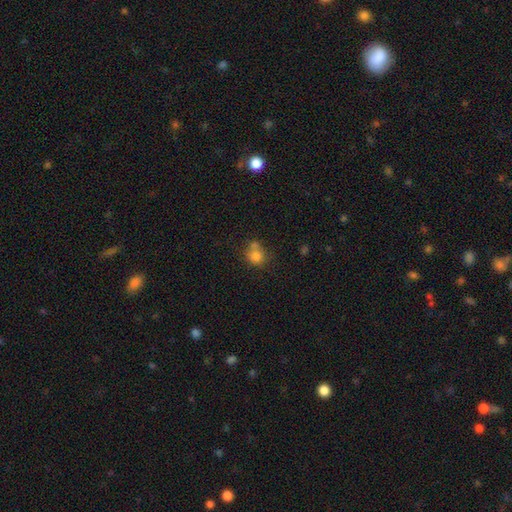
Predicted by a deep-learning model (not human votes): smooth 79%, star or artifact 11%, featured or disk 9%. Down the decision tree: how rounded — round (81%); merging — none (49%).